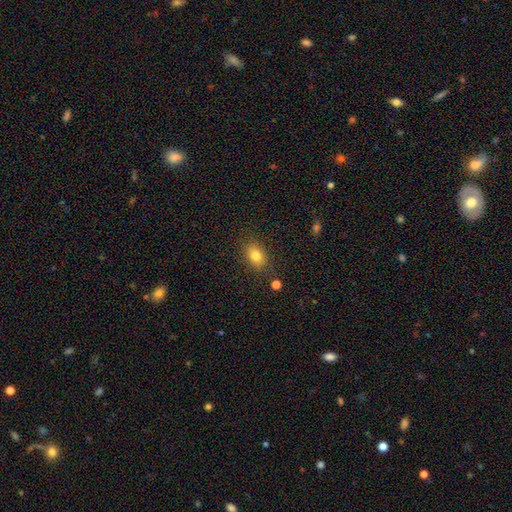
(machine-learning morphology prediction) Smooth or featured?
  - smooth: 81% *
  - star or artifact: 10%
  - featured or disk: 8%
How rounded?
  - in between: 77% *
  - round: 21%
  - cigar-shaped: 2%
Merging?
  - none: 82% *
  - minor disturbance: 12%
  - major disturbance: 3%
  - merger: 3%